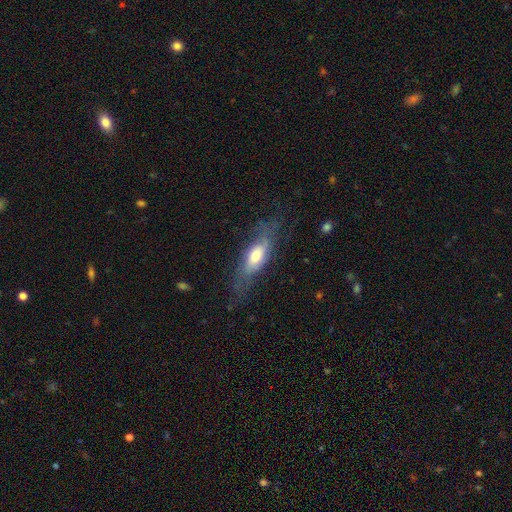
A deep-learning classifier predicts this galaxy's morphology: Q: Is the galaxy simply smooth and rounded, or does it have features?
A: featured or disk — 46%, tied with smooth.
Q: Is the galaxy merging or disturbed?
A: none — 58%.